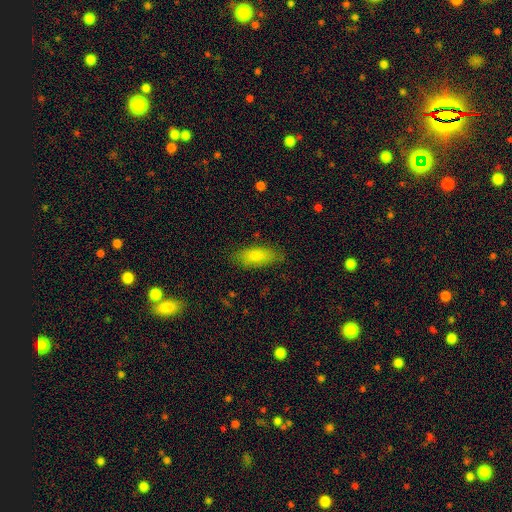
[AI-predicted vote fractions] A smooth galaxy with no disk features (81%) that is in between round and cigar-shaped (75%). Merging: none (80%).